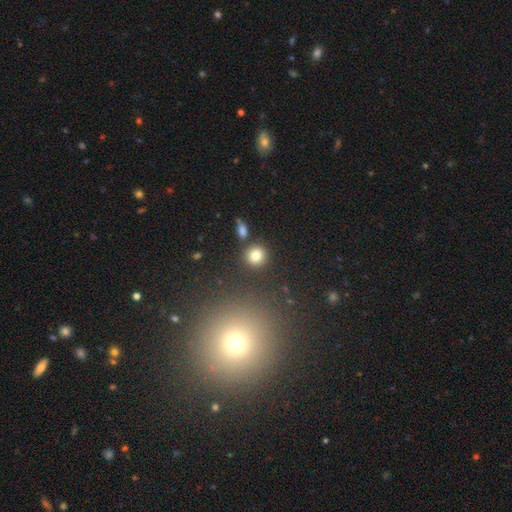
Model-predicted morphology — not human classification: This appears to be a smooth galaxy with no disk features (80%) that is round (88%). Merging: none (84%).